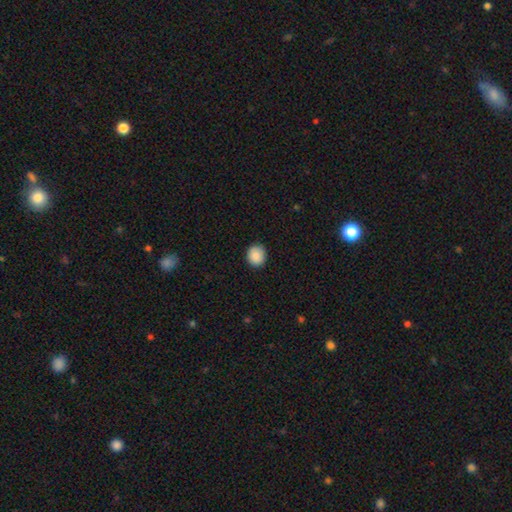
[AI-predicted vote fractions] A smooth galaxy with no disk features (89%) that is round (81%). Merging: none (90%).